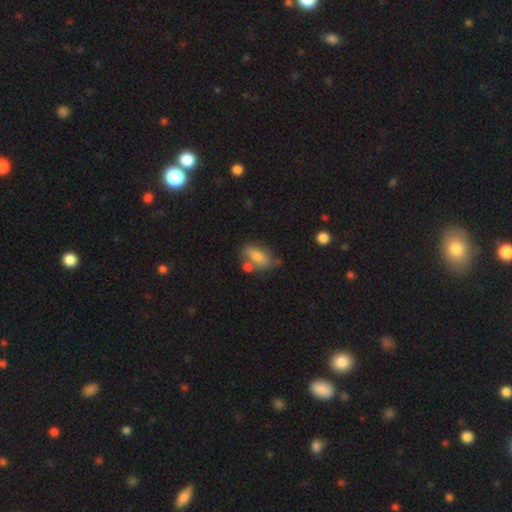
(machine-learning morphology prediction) Q: Smooth or featured?
A: smooth (62%); runner-up: featured or disk (24%)
Q: How rounded?
A: in between (80%); runner-up: cigar-shaped (12%)
Q: Merging?
A: none (60%); runner-up: minor disturbance (20%)